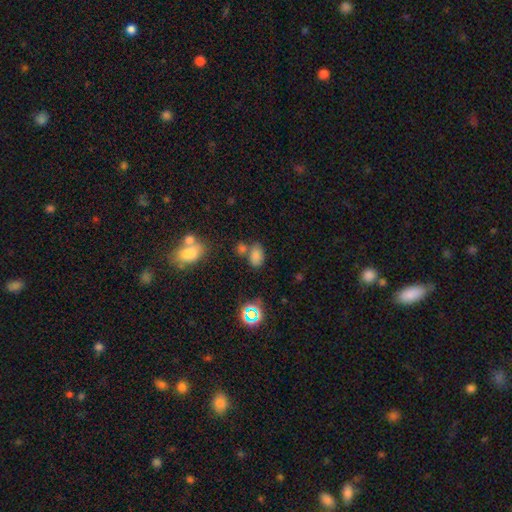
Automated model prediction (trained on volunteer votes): Smooth or featured: smooth — 74% (star or artifact — 18%)
How rounded: in between — 85% (round — 14%)
Merging: none — 54% (merger — 25%)